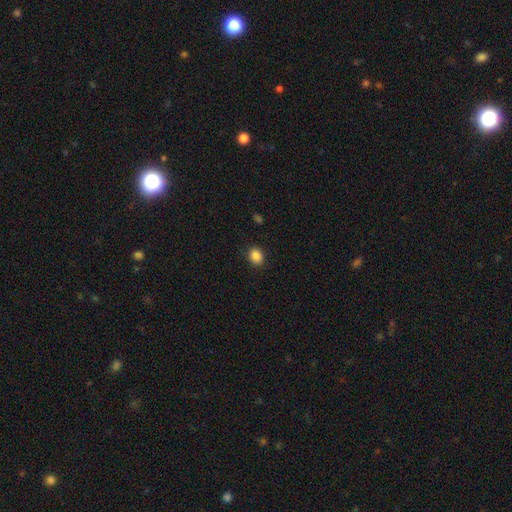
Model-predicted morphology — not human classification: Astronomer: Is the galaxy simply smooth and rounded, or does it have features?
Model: smooth — 87%.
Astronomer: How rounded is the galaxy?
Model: in between — 51% (runner-up: round, 48%).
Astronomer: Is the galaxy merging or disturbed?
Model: none — 89%.